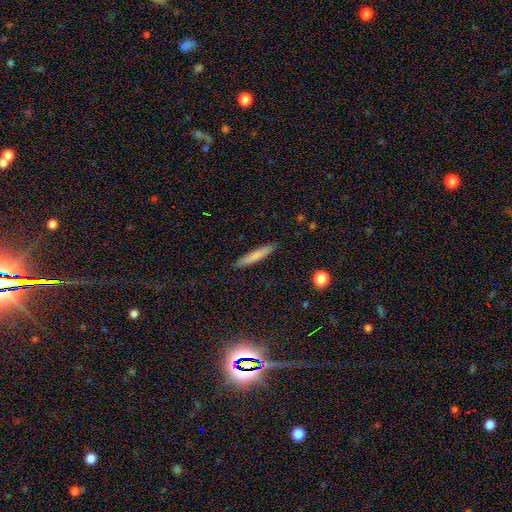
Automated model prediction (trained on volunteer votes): Q: Smooth or featured?
A: smooth (76%); runner-up: featured or disk (17%)
Q: How rounded?
A: cigar-shaped (93%); runner-up: in between (6%)
Q: Merging?
A: none (90%); runner-up: minor disturbance (7%)